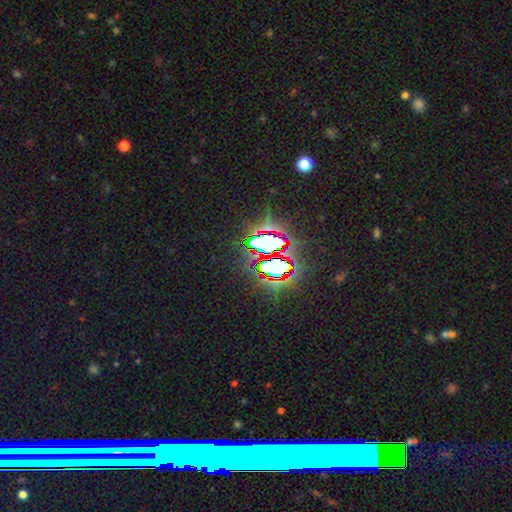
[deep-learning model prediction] smooth_or_featured: star or artifact (p=0.77) [alt: smooth p=0.12]